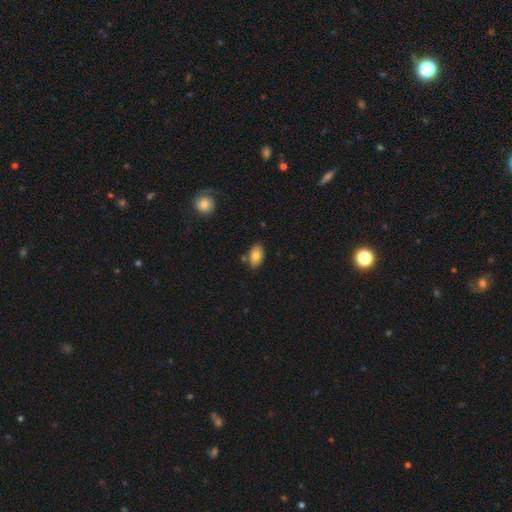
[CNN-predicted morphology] type=smooth (81%); roundness=in between (92%); merging=none (80%).